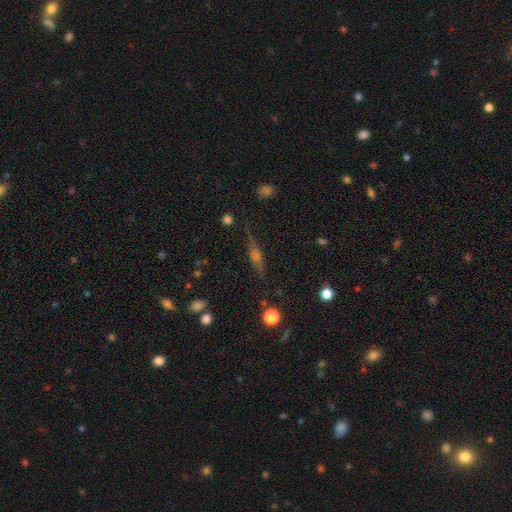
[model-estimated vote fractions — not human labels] smooth-or-featured: featured or disk: 68% | smooth: 18% | star or artifact: 13%
  disk-edge-on: yes: 96% | no: 4%
    edge-on-bulge: rounded: 81% | boxy: 13% | none: 6%
  merging: none: 84% | minor disturbance: 11% | major disturbance: 3% | merger: 2%